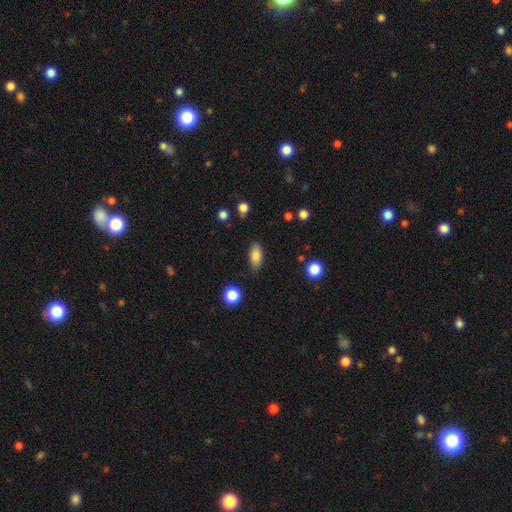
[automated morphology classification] Overall: smooth (83%). How rounded: in between (86%). Merging: none (84%).